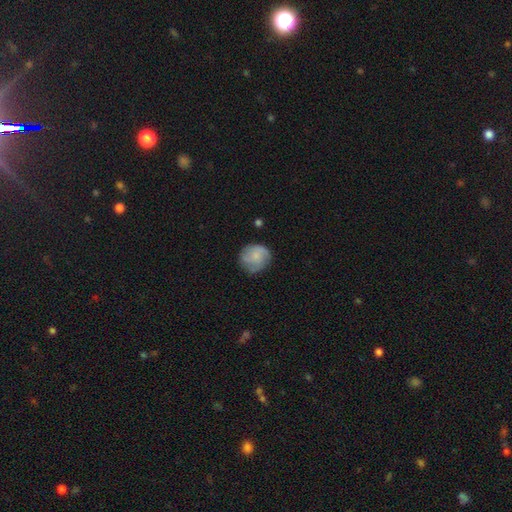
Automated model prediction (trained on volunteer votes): Smooth or featured?
  - smooth: 60% *
  - featured or disk: 33%
  - star or artifact: 7%
How rounded?
  - round: 87% *
  - in between: 12%
  - cigar-shaped: 1%
Merging?
  - none: 70% *
  - minor disturbance: 21%
  - major disturbance: 7%
  - merger: 2%